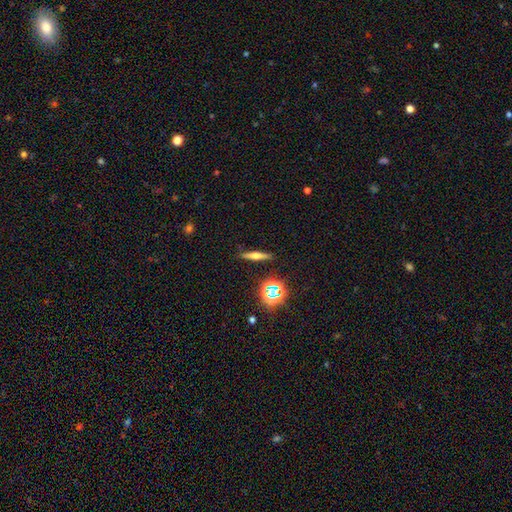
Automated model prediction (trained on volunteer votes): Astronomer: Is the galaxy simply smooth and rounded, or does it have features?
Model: smooth — 46% (runner-up: featured or disk, 39%).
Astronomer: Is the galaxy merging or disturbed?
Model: none — 89%.